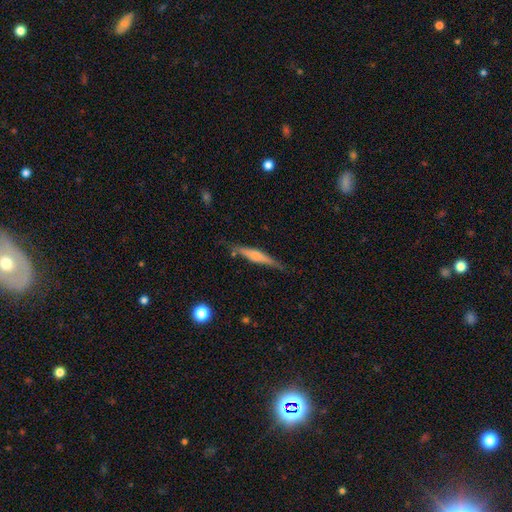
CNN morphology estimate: Smooth or featured: featured or disk — 53% (smooth — 41%)
Edge-on disk: yes — 96% (no — 4%)
Edge-on bulge: rounded — 65% (boxy — 19%)
Merging: none — 79% (minor disturbance — 15%)